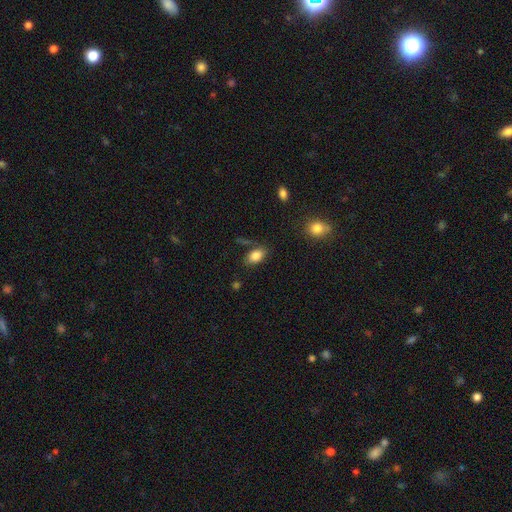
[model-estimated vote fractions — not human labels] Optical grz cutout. It shows a smooth galaxy with no disk features (84%) that is in between round and cigar-shaped (88%). Merging: none (75%).